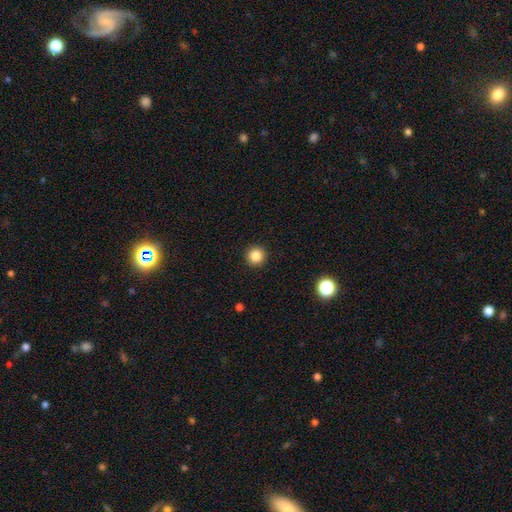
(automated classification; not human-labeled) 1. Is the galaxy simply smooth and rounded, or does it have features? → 85% smooth, 11% star or artifact, 4% featured or disk.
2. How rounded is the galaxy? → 96% round, 3% in between, 1% cigar-shaped.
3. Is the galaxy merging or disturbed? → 93% none, 4% minor disturbance, 2% major disturbance, 1% merger.